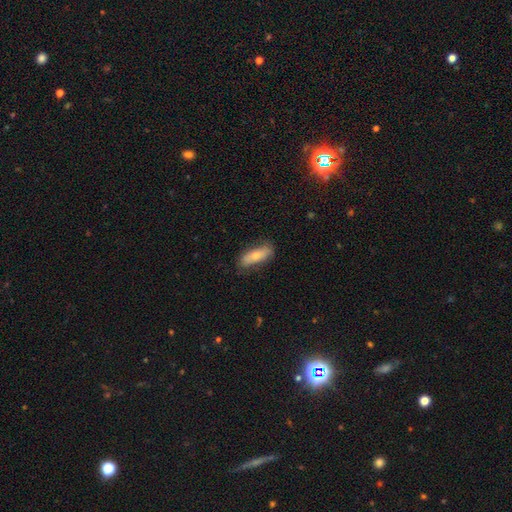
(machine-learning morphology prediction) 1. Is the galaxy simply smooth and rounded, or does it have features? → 69% smooth, 24% featured or disk, 6% star or artifact.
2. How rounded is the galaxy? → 65% in between, 33% cigar-shaped, 2% round.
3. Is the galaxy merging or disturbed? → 74% none, 20% minor disturbance, 5% major disturbance, 1% merger.